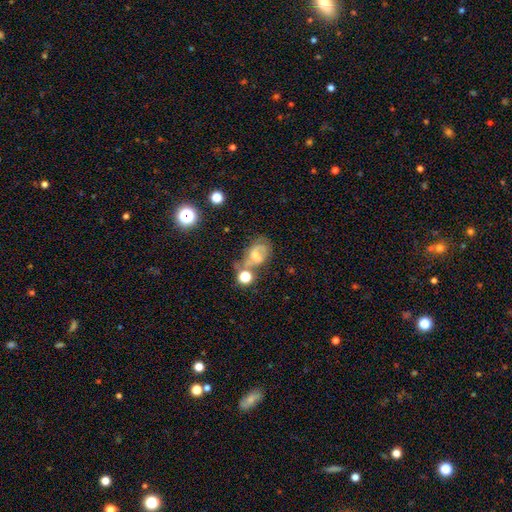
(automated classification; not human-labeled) smooth-or-featured: featured or disk: 49% | smooth: 36% | star or artifact: 15%
  merging: none: 34% | merger: 23% | minor disturbance: 22% | major disturbance: 21%